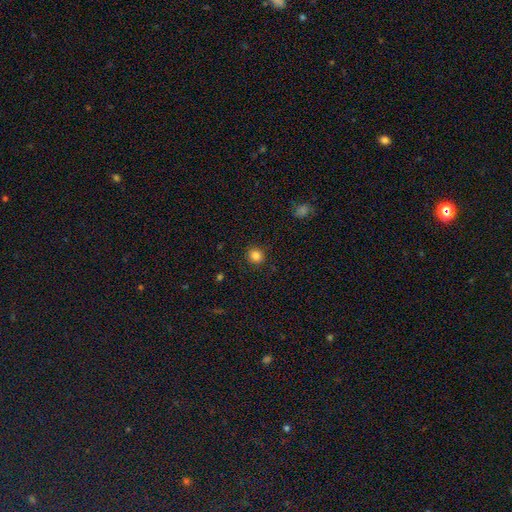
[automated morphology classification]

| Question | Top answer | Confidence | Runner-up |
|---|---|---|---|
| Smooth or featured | smooth | 84% | star or artifact (11%) |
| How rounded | round | 88% | in between (11%) |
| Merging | none | 90% | minor disturbance (7%) |